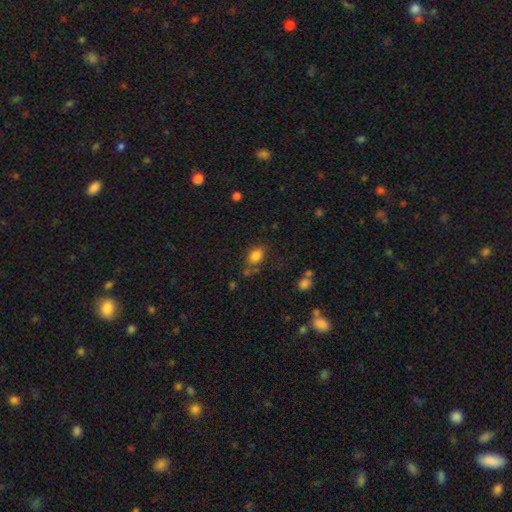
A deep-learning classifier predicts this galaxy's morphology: Smooth or featured?
  - smooth: 82% *
  - star or artifact: 11%
  - featured or disk: 7%
How rounded?
  - in between: 66% *
  - round: 33%
  - cigar-shaped: 1%
Merging?
  - none: 67% *
  - minor disturbance: 18%
  - merger: 9%
  - major disturbance: 6%